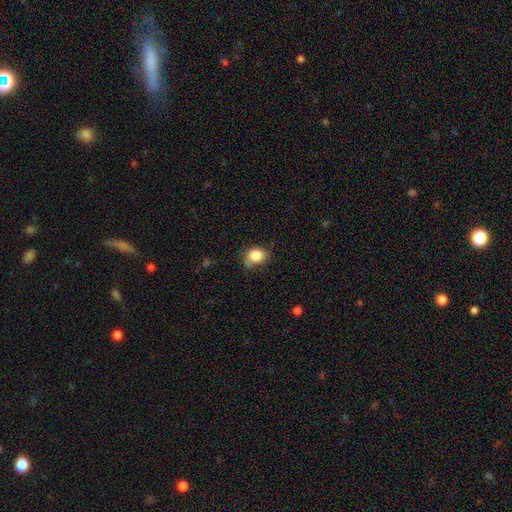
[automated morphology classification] smooth 83%, star or artifact 9%, featured or disk 7%. Down the decision tree: how rounded — in between (50%); merging — none (59%).